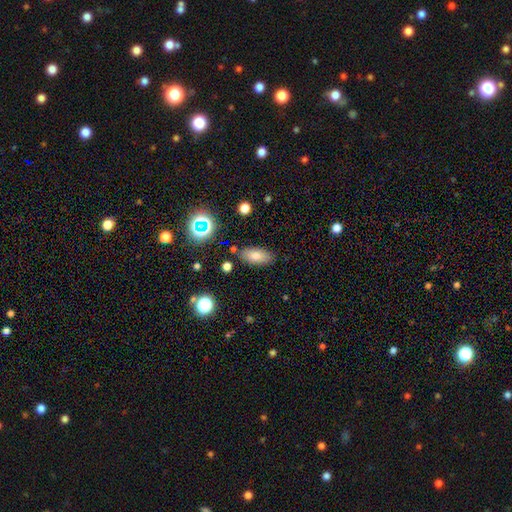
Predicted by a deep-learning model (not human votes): Overall: smooth (75%). How rounded: in between (87%). Merging: none (83%).